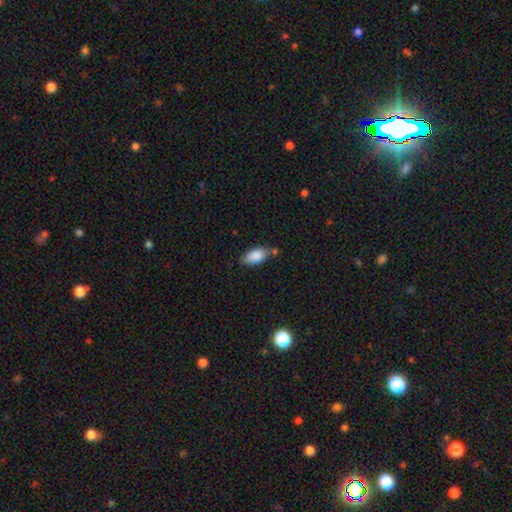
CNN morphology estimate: smooth 87%, star or artifact 7%, featured or disk 7%. Down the decision tree: how rounded — in between (92%); merging — none (64%).